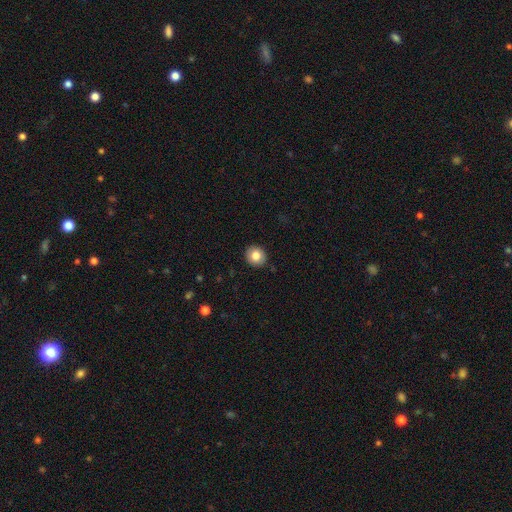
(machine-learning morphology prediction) smooth 82%, featured or disk 9%, star or artifact 9%. Down the decision tree: how rounded — round (84%); merging — none (90%).